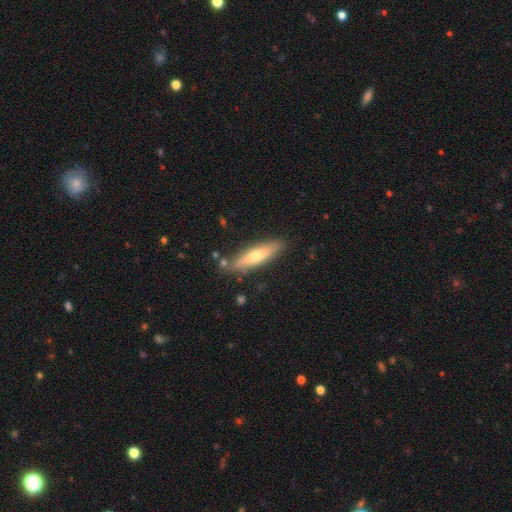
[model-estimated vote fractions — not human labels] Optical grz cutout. It shows a smooth galaxy with no disk features (61%) that is cigar-shaped (73%). Merging: none (82%).